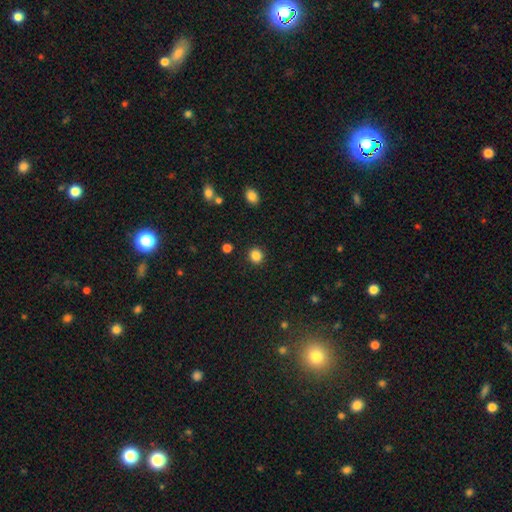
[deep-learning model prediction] Overall: smooth (85%). How rounded: round (84%). Merging: none (91%).